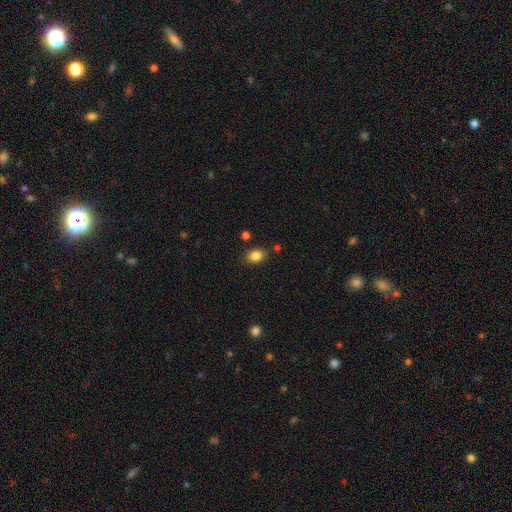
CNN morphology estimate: Smooth or featured: smooth — 84% (star or artifact — 10%)
How rounded: in between — 73% (round — 26%)
Merging: none — 83% (minor disturbance — 11%)